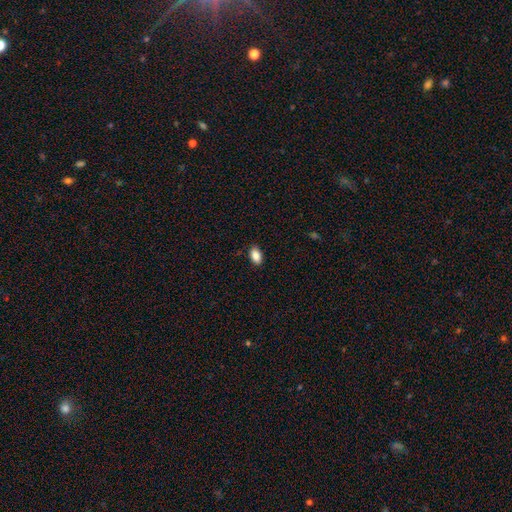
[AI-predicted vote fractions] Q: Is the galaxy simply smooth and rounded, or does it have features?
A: smooth — 87%.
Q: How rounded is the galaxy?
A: in between — 91%.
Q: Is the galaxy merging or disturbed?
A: none — 88%.